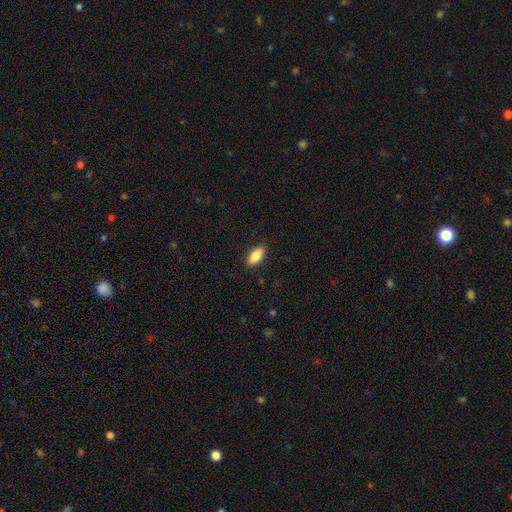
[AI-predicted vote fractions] smooth_or_featured: smooth (p=0.86) [alt: featured or disk p=0.07]
how_rounded: in between (p=0.89) [alt: cigar-shaped p=0.08]
merging: none (p=0.89) [alt: minor disturbance p=0.08]